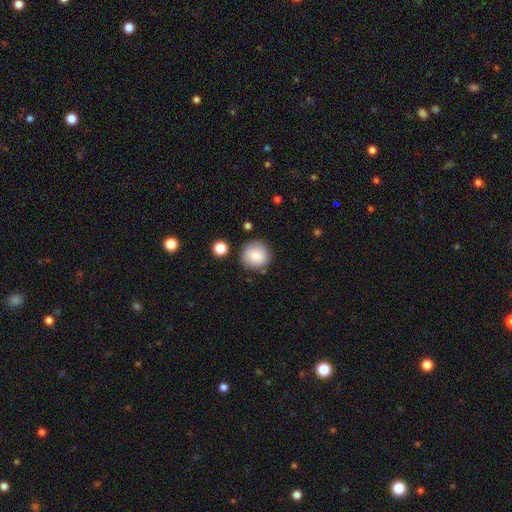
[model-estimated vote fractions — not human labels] A smooth galaxy with no disk features (81%) that is round (94%). Merging: none (81%).